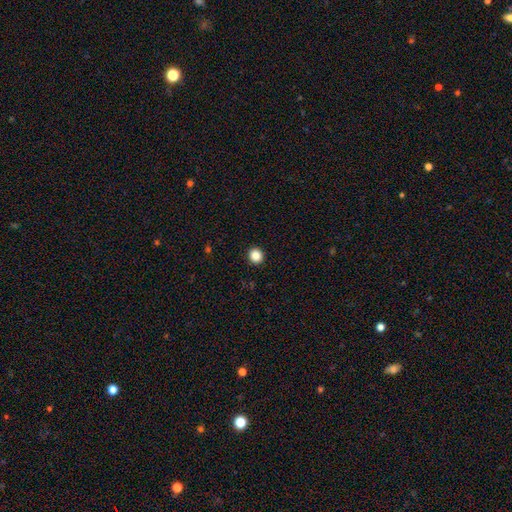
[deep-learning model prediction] Q: Smooth or featured?
A: smooth (86%); runner-up: star or artifact (11%)
Q: How rounded?
A: round (91%); runner-up: in between (8%)
Q: Merging?
A: none (94%); runner-up: minor disturbance (4%)